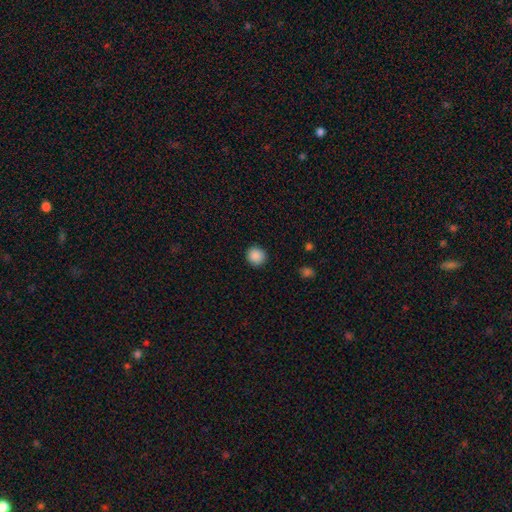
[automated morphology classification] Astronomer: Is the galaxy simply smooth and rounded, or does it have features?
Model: smooth — 88%.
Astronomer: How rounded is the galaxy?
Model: round — 93%.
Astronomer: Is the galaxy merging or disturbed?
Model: none — 91%.